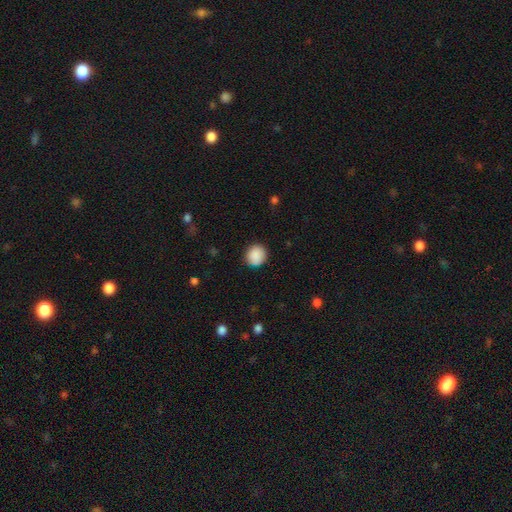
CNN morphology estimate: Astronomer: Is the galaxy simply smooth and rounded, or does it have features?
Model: smooth — 89%.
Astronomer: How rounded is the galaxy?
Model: round — 88%.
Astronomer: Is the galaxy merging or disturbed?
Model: none — 87%.